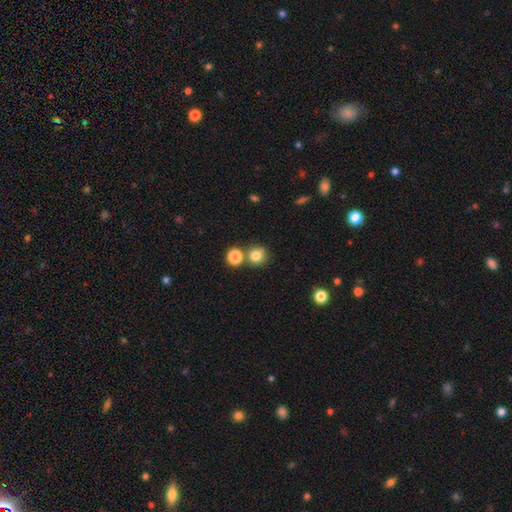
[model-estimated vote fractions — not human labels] Smooth or featured? Predicted: smooth (p=0.80). How rounded? Predicted: round (p=0.87). Merging? Predicted: none (p=0.66).